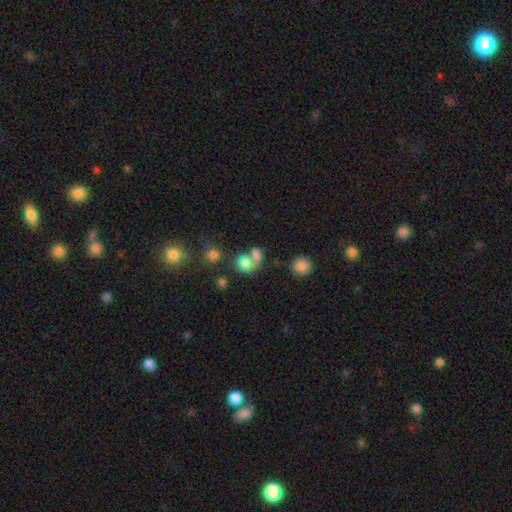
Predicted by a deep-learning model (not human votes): smooth_or_featured: smooth (p=0.73) [alt: featured or disk p=0.14]
how_rounded: in between (p=0.50) [alt: round p=0.48]
merging: merger (p=0.57) [alt: none p=0.27]